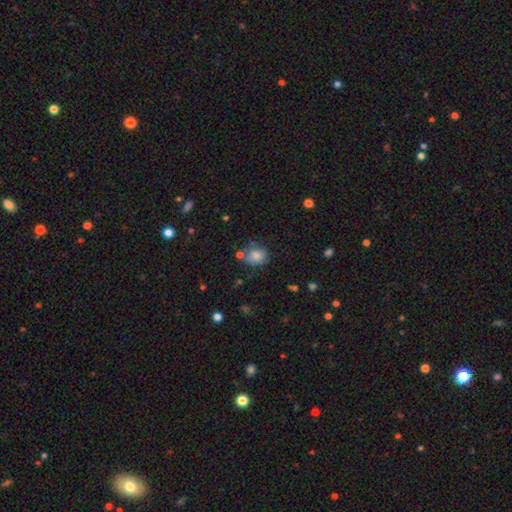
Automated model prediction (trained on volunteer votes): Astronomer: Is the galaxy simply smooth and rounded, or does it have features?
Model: smooth — 79%.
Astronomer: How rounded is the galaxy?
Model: round — 55% (runner-up: in between, 44%).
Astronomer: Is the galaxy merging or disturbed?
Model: none — 62%.